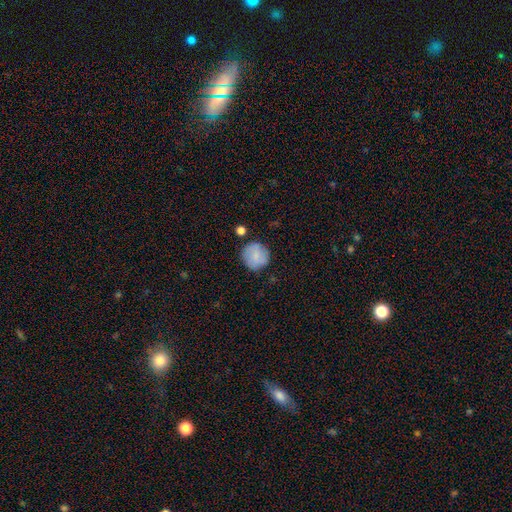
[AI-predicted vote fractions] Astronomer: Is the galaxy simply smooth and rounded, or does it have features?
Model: smooth — 82%.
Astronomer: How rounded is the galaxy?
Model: round — 94%.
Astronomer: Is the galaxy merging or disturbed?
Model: none — 81%.